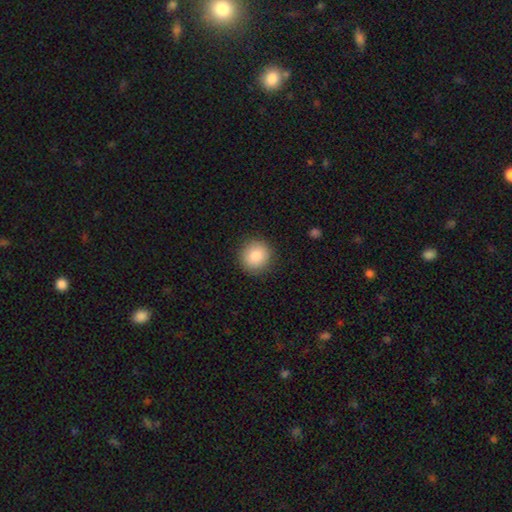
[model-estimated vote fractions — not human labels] Smooth or featured? Predicted: smooth (p=0.83). How rounded? Predicted: round (p=0.92). Merging? Predicted: none (p=0.90).